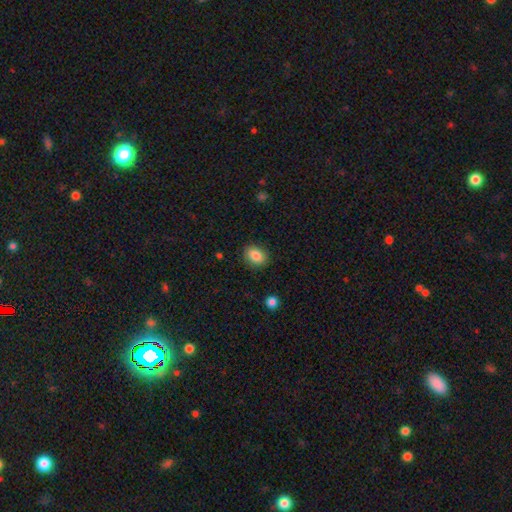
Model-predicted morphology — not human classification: Smooth or featured?
  - smooth: 85% *
  - star or artifact: 8%
  - featured or disk: 6%
How rounded?
  - in between: 61% *
  - round: 38%
  - cigar-shaped: 1%
Merging?
  - none: 88% *
  - minor disturbance: 9%
  - major disturbance: 2%
  - merger: 1%